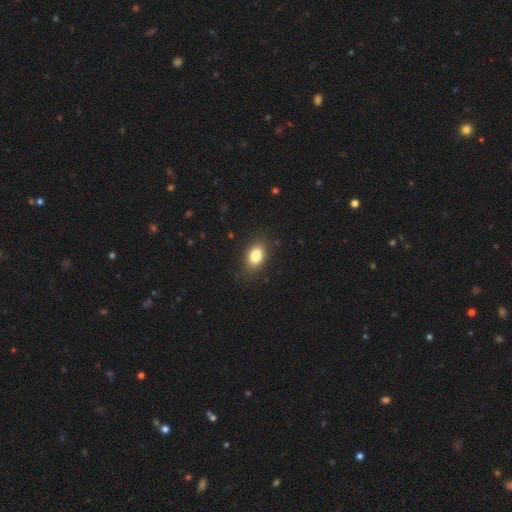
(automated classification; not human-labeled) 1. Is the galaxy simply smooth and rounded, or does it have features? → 83% smooth, 9% star or artifact, 9% featured or disk.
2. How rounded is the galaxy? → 84% in between, 15% round, 2% cigar-shaped.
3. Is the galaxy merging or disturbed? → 85% none, 11% minor disturbance, 3% major disturbance, 1% merger.